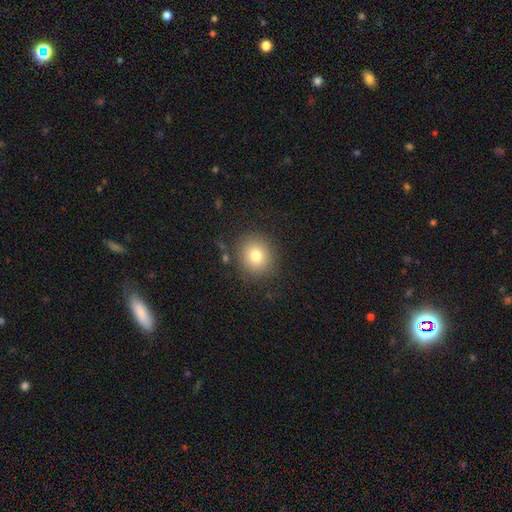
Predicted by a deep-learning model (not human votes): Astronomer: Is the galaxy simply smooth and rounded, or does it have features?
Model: smooth — 78%.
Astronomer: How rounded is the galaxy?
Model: round — 85%.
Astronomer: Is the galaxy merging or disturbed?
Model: none — 86%.